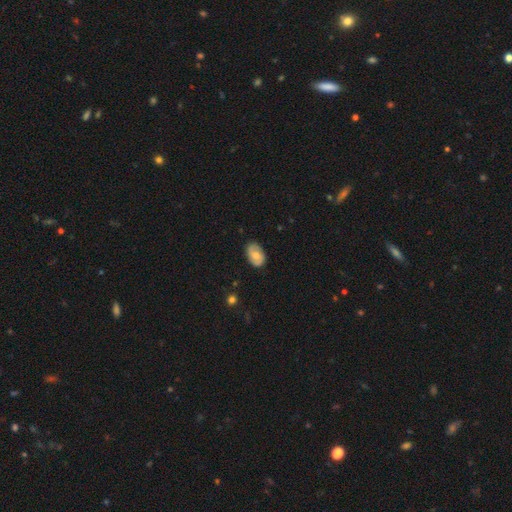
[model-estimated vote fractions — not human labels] Smooth or featured?
  - smooth: 58% *
  - featured or disk: 35%
  - star or artifact: 7%
How rounded?
  - in between: 89% *
  - round: 10%
  - cigar-shaped: 1%
Merging?
  - none: 81% *
  - minor disturbance: 15%
  - major disturbance: 3%
  - merger: 1%